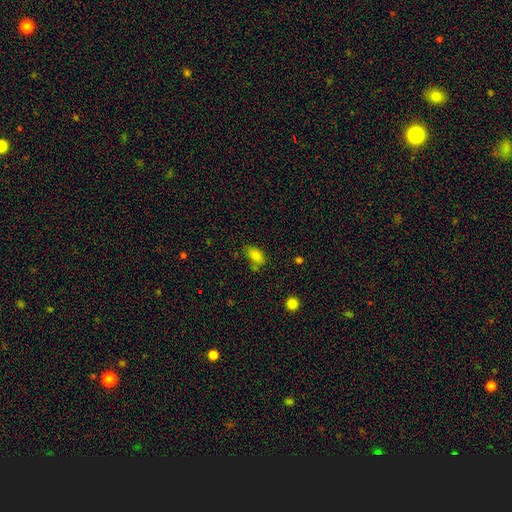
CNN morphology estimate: This is clearly a smooth galaxy (82%). How rounded: clearly in between (89%). Merging: possibly none (59%).